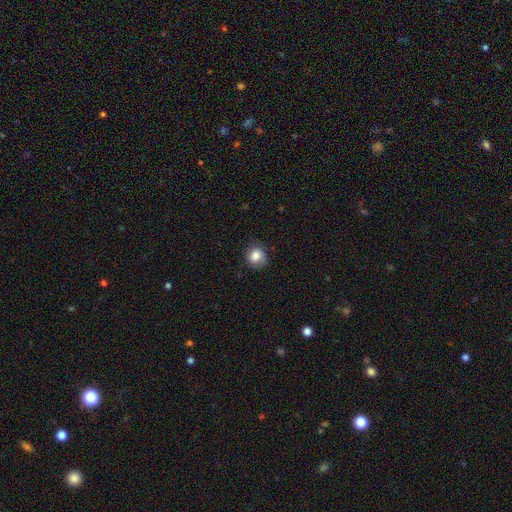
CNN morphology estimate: smooth-or-featured: smooth: 83% | star or artifact: 9% | featured or disk: 8%
  how-rounded: round: 76% | in between: 23% | cigar-shaped: 1%
  merging: none: 74% | minor disturbance: 20% | major disturbance: 5% | merger: 1%